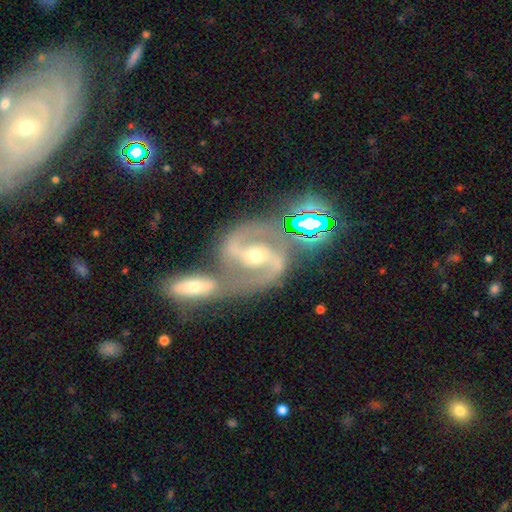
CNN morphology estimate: Smooth or featured? featured or disk (88%)
Edge-on disk? no (97%)
Bar? strong (41%)
Spiral arms? yes (98%)
Spiral winding? medium (63%)
Spiral arm count? 2 (93%)
Bulge size? moderate (56%)
Merging? none (47%)